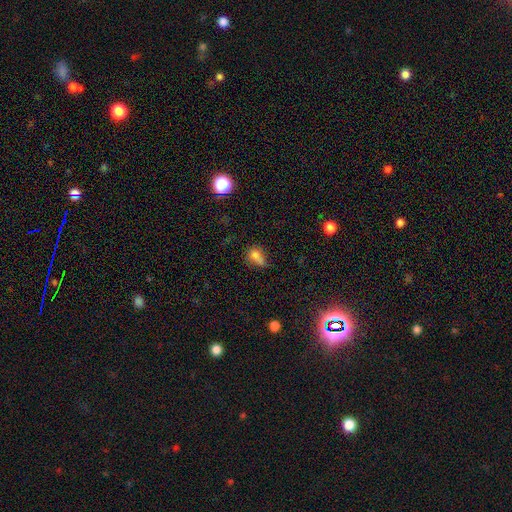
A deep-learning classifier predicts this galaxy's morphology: smooth 70%, star or artifact 16%, featured or disk 14%. Down the decision tree: how rounded — in between (53%); merging — none (36%).